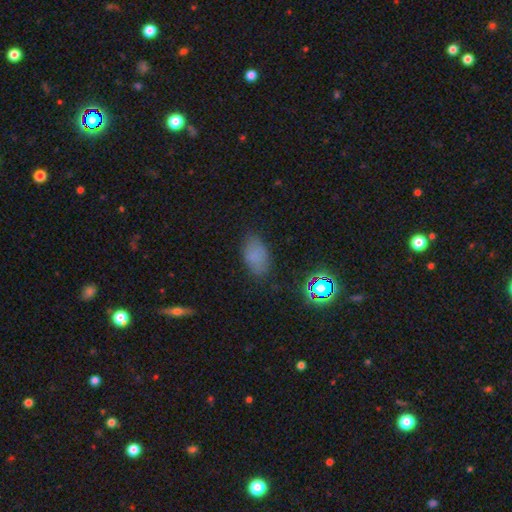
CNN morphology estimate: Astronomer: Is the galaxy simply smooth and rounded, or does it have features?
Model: smooth — 76%.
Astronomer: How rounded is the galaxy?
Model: in between — 90%.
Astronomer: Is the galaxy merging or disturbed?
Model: none — 76%.